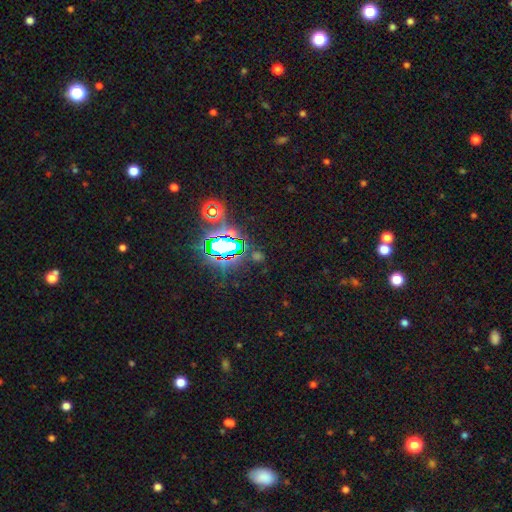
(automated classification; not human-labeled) This appears to be a star or artifact, not a galaxy (73%).